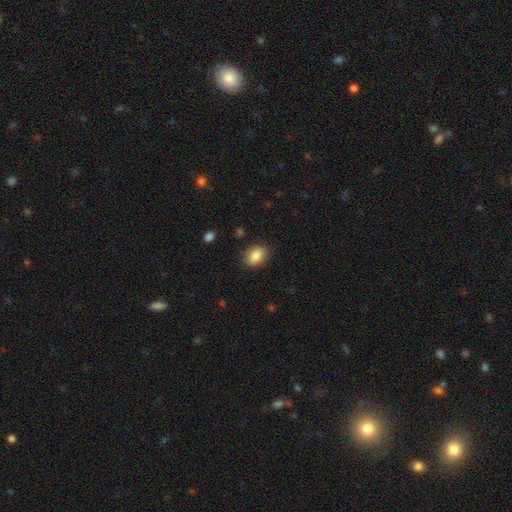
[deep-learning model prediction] This is clearly a smooth galaxy (86%). How rounded: likely in between (74%). Merging: clearly none (87%).